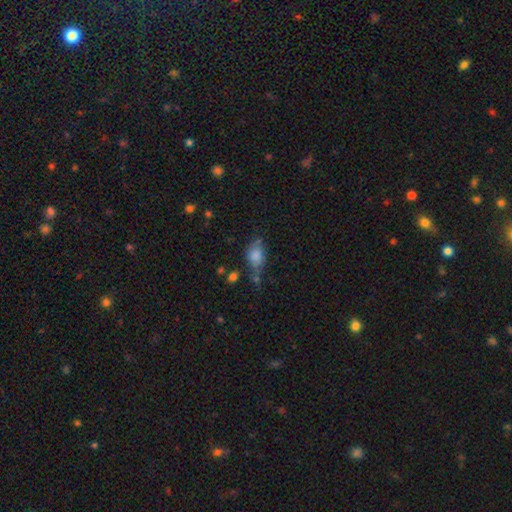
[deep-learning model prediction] Smooth or featured? smooth (82%)
How rounded? in between (73%)
Merging? none (52%)